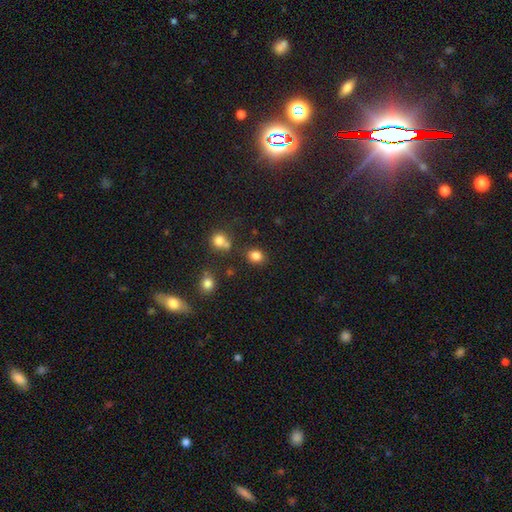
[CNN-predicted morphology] smooth-or-featured: smooth: 83% | star or artifact: 12% | featured or disk: 5%
  how-rounded: round: 50% | in between: 49% | cigar-shaped: 1%
  merging: none: 77% | minor disturbance: 12% | merger: 7% | major disturbance: 4%